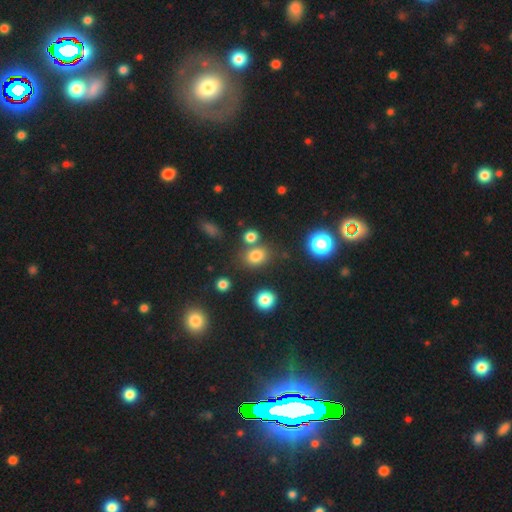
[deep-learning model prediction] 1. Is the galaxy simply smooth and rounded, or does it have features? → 76% smooth, 16% star or artifact, 7% featured or disk.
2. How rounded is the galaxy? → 50% in between, 49% round, 1% cigar-shaped.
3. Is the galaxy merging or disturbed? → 68% none, 16% merger, 12% minor disturbance, 5% major disturbance.